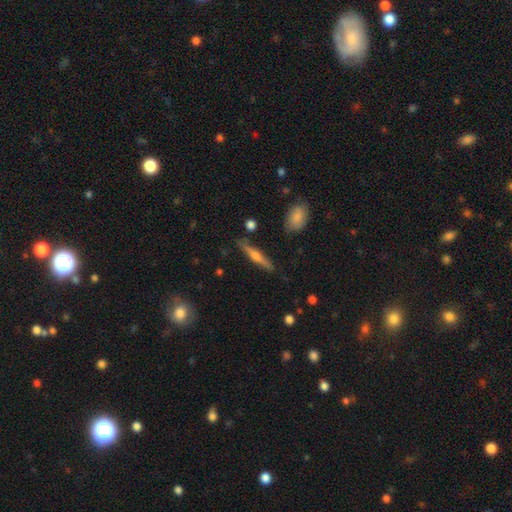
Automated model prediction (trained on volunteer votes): This is possibly a featured or disk galaxy (54%). It is clearly viewed edge-on (96%). Edge-on bulge: likely rounded (78%). Merging: clearly none (86%).